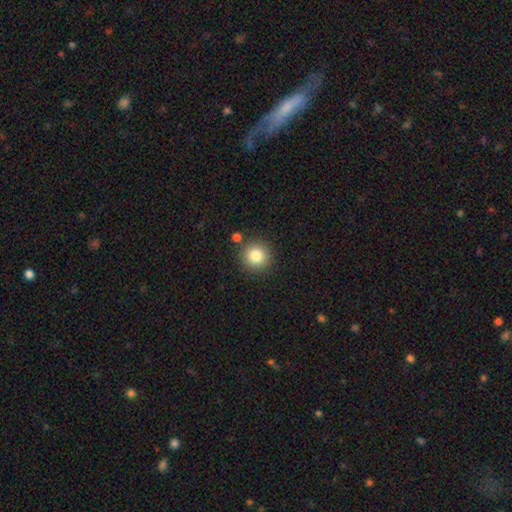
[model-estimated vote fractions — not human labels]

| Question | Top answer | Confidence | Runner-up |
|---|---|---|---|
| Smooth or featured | smooth | 83% | star or artifact (11%) |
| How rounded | round | 94% | in between (5%) |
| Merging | none | 86% | minor disturbance (7%) |